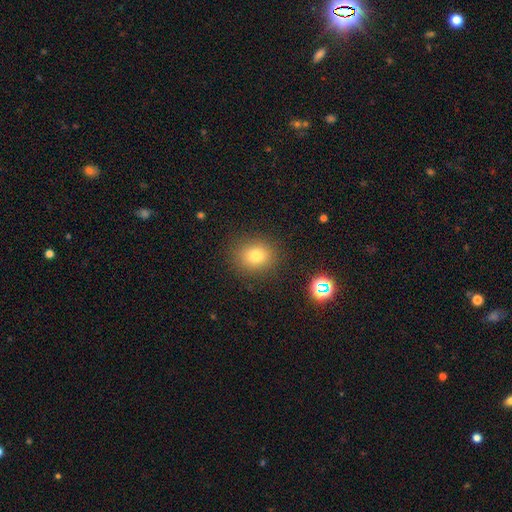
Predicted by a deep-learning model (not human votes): Overall: smooth (77%). How rounded: round (71%). Merging: none (87%).